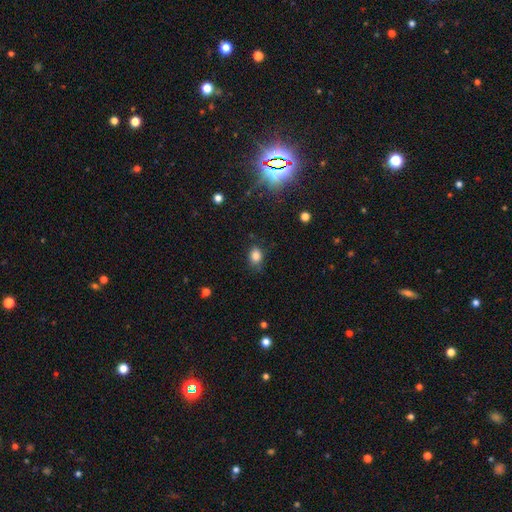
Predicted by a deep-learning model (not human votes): The model was most divided on "how rounded": in between: 63%, round: 36%, cigar-shaped: 1%. More confident: smooth or featured — smooth (83%); merging — none (75%).